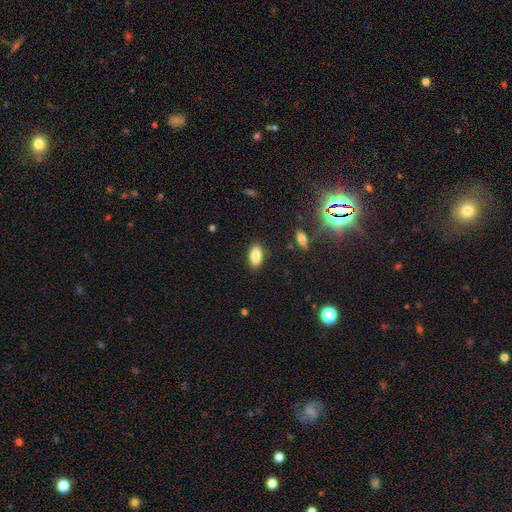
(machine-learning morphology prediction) type=smooth (86%); roundness=in between (91%); merging=none (87%).